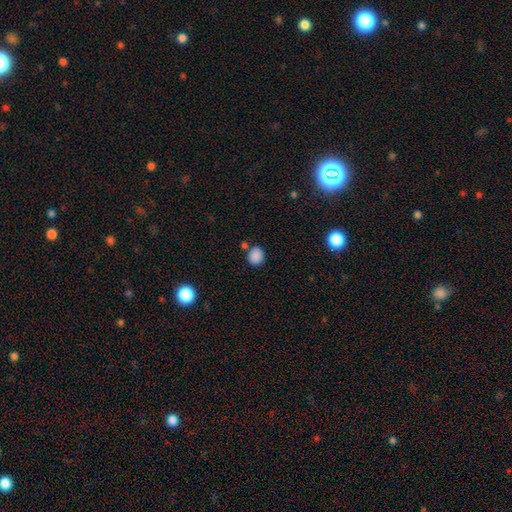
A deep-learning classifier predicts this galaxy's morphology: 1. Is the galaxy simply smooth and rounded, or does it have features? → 86% smooth, 10% star or artifact, 4% featured or disk.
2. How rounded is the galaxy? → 73% round, 26% in between, 1% cigar-shaped.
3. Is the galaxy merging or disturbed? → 75% none, 12% minor disturbance, 10% merger, 4% major disturbance.